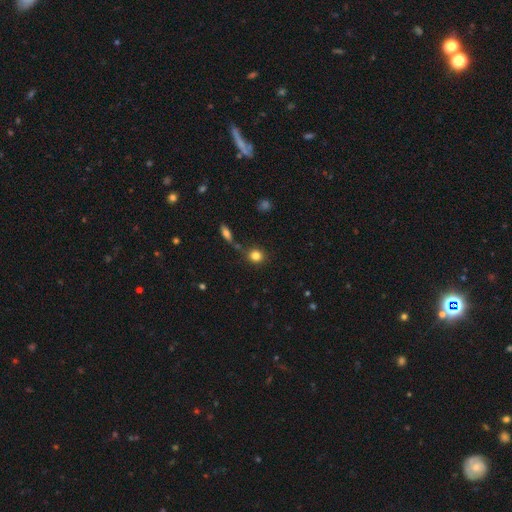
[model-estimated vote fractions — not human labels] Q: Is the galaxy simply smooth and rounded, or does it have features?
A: smooth — 82%.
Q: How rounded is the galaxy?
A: round — 82%.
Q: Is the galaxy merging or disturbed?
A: none — 76%.